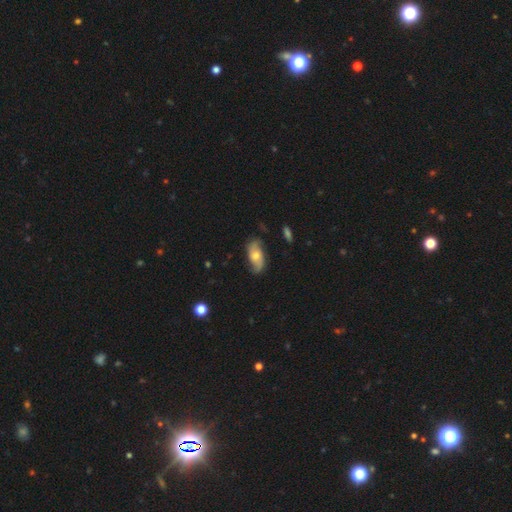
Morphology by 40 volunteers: A featured or disk galaxy (48%) with no bar (50%), 2 (86%) loose (64%) spiral arms (88%) and a moderate central bulge (62%). Merging: none (69%).